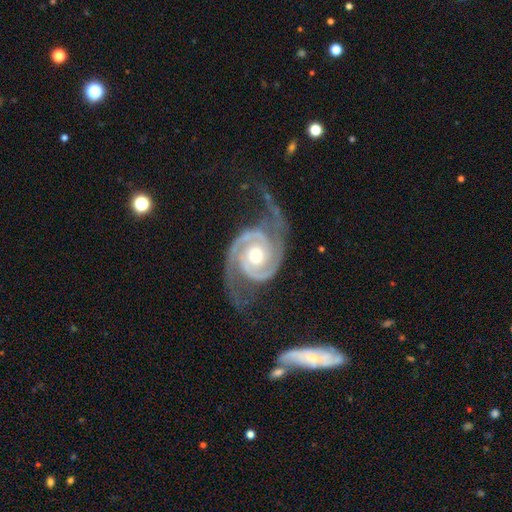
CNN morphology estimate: The model was most divided on "spiral winding": tight: 49%, medium: 42%, loose: 10%. More confident: spiral arms — yes (99%); edge-on disk — no (98%); smooth or featured — featured or disk (94%); spiral arm count — 2 (91%); bulge size — moderate (71%); bar — no (69%); merging — none (61%).